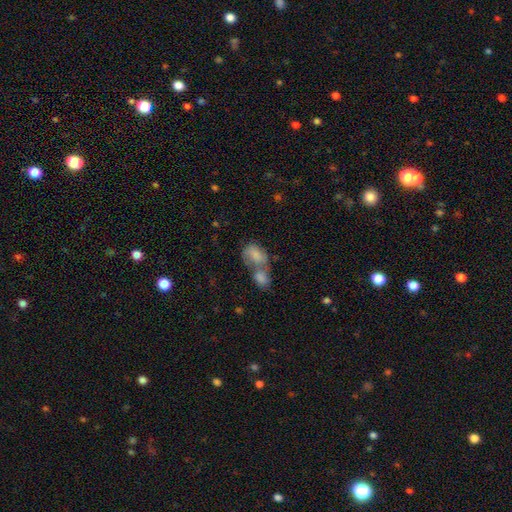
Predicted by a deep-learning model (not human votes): This is likely a smooth galaxy (74%). How rounded: clearly in between (82%). Merging: likely merger (71%).